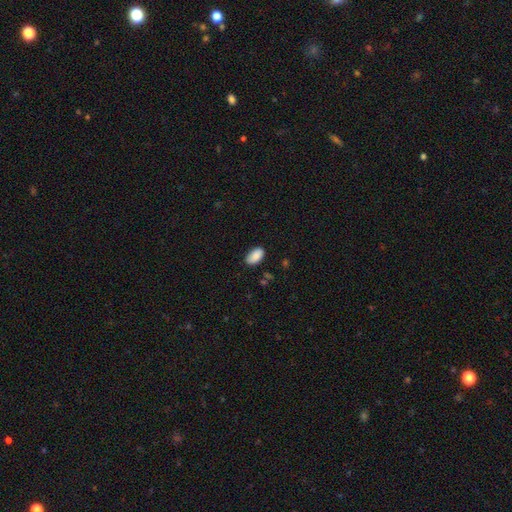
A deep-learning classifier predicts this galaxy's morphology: This appears to be a smooth galaxy with no disk features (87%) that is in between round and cigar-shaped (95%). Merging: none (79%).